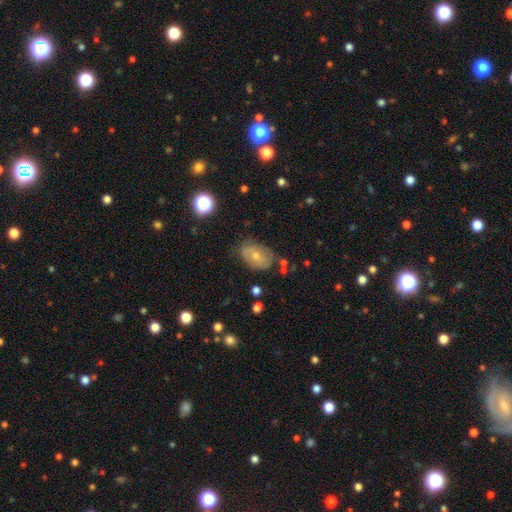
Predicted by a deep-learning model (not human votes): Q: Smooth or featured?
A: smooth (54%); runner-up: featured or disk (36%)
Q: How rounded?
A: in between (81%); runner-up: round (17%)
Q: Merging?
A: none (66%); runner-up: minor disturbance (23%)